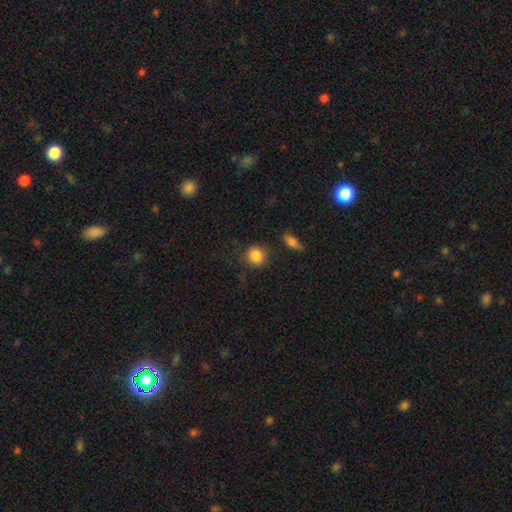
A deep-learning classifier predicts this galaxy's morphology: Smooth or featured: smooth — 85% (star or artifact — 8%)
How rounded: round — 82% (in between — 16%)
Merging: none — 77% (minor disturbance — 15%)